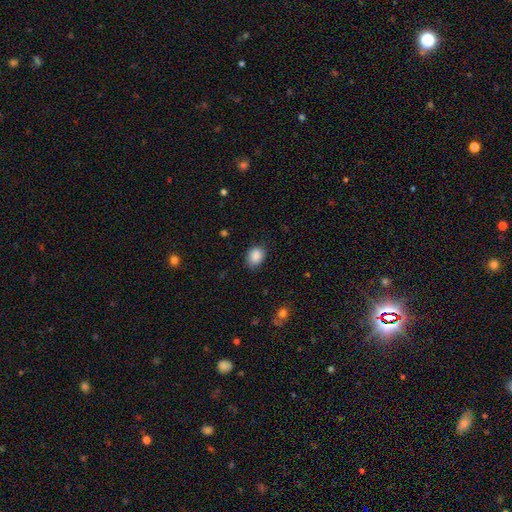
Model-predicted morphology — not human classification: A smooth galaxy with no disk features (88%) that is in between round and cigar-shaped (57%). Merging: none (79%).